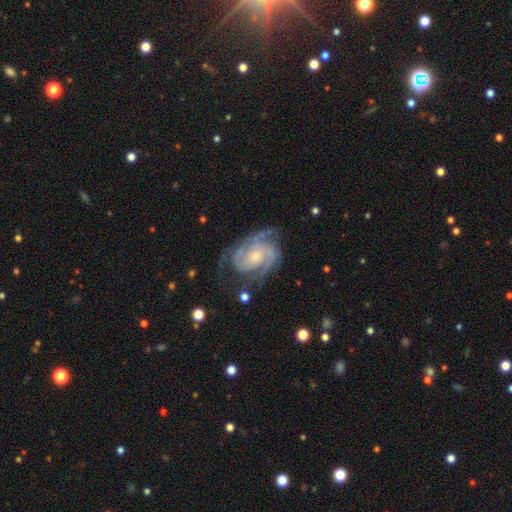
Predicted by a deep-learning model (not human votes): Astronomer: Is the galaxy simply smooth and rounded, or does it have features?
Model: featured or disk — 89%.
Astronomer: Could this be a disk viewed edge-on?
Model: no — 98%.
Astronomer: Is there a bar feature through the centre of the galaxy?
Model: no — 69%.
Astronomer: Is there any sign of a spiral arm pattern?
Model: yes — 97%.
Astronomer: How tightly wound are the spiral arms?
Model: tight — 55% (runner-up: medium, 38%).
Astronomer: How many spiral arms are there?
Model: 2 — 43% (runner-up: 3, 29%).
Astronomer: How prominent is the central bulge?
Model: small — 64%.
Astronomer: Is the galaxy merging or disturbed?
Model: none — 67%.